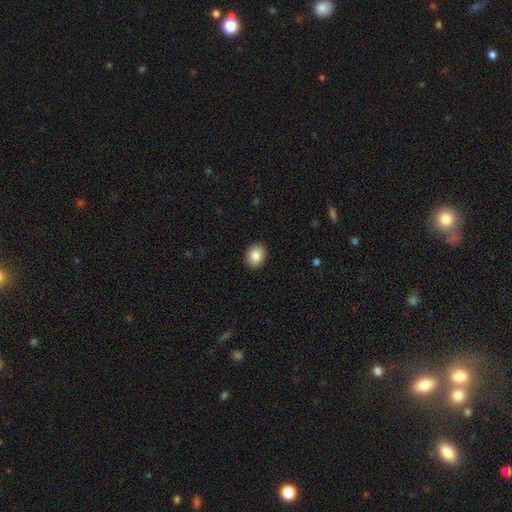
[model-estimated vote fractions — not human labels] smooth 86%, star or artifact 8%, featured or disk 6%. Down the decision tree: how rounded — in between (54%); merging — none (91%).